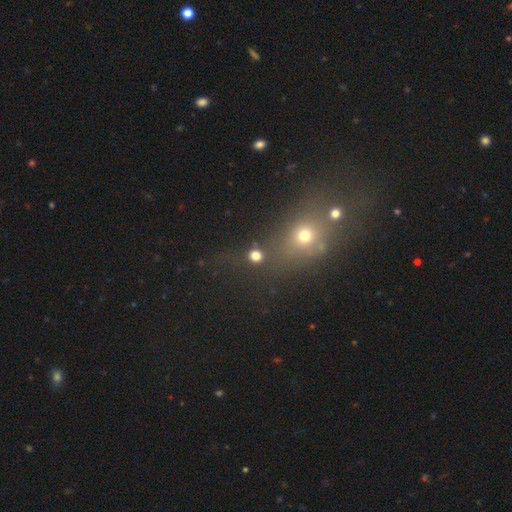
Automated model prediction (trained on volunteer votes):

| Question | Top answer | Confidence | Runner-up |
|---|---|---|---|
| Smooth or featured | smooth | 75% | star or artifact (18%) |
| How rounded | round | 85% | in between (14%) |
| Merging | none | 75% | merger (11%) |